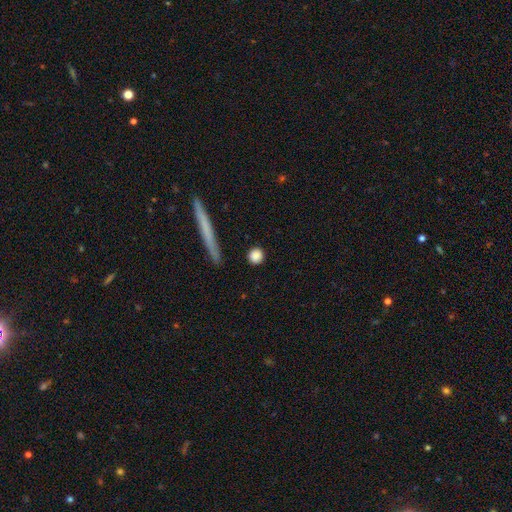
smooth_or_featured: smooth (p=0.86) [alt: featured or disk p=0.08]
how_rounded: round (p=0.91) [alt: cigar-shaped p=0.06]
merging: none (p=0.89) [alt: minor disturbance p=0.06]